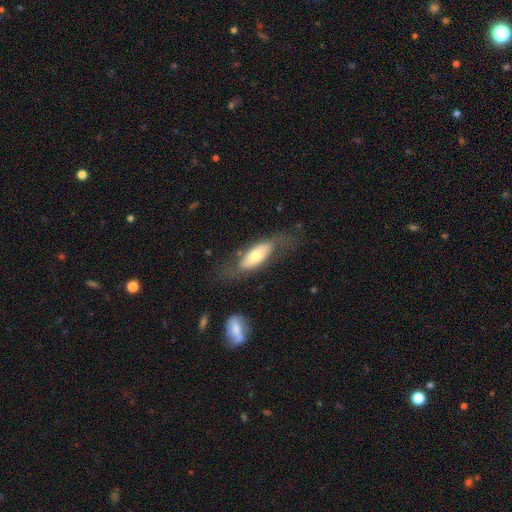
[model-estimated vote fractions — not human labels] This appears to be a smooth galaxy with no disk features (51%) that is in between round and cigar-shaped (73%). Merging: none (62%).